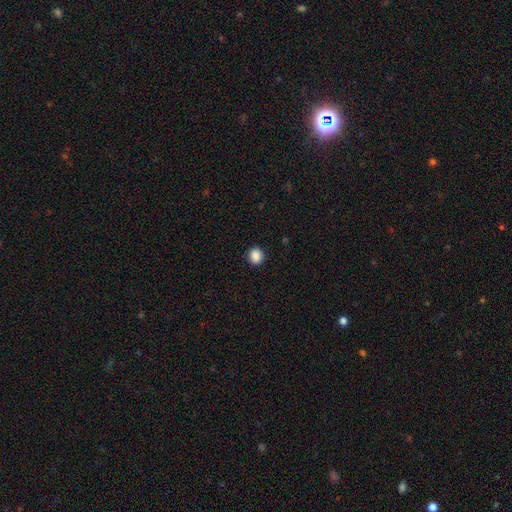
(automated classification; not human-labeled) This is clearly a smooth galaxy (88%). How rounded: likely round (77%). Merging: clearly none (91%).